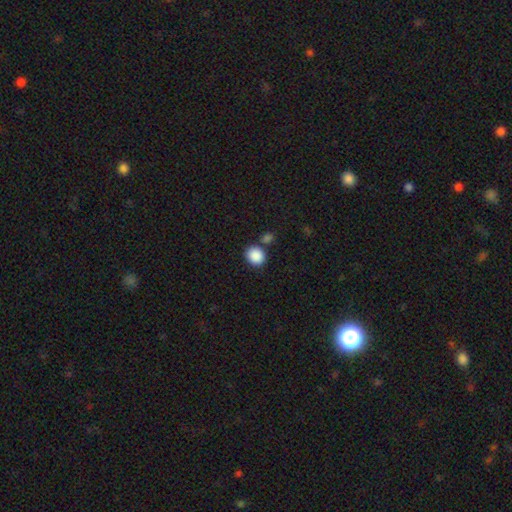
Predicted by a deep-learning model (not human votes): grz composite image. It shows a smooth galaxy with no disk features (88%) that is round (75%). Merging: none (72%).